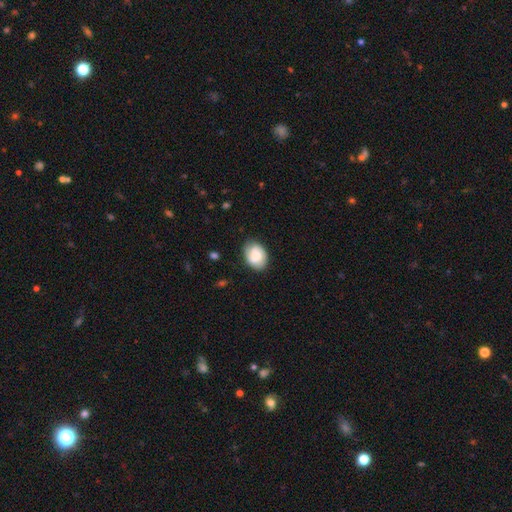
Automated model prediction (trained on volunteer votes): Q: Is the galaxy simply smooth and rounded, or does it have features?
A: smooth — 64%.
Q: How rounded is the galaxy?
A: in between — 78%.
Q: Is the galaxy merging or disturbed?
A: none — 78%.